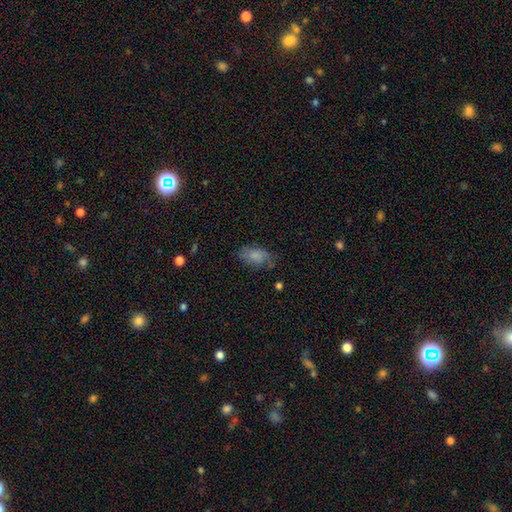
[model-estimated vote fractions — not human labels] Smooth or featured? Predicted: smooth (p=0.72). How rounded? Predicted: in between (p=0.90). Merging? Predicted: none (p=0.57).